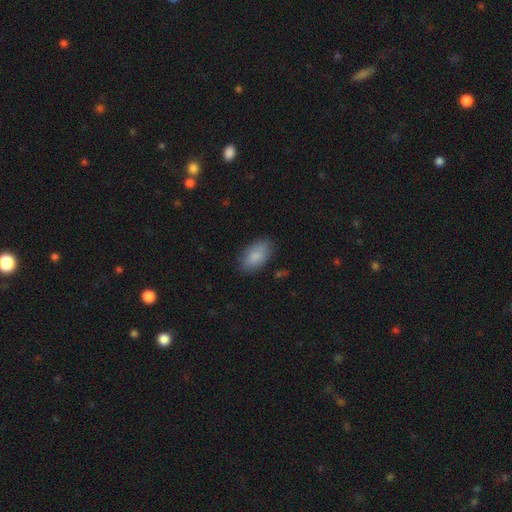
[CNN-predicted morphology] Smooth or featured: smooth — 85% (featured or disk — 9%)
How rounded: in between — 93% (round — 4%)
Merging: none — 80% (minor disturbance — 15%)